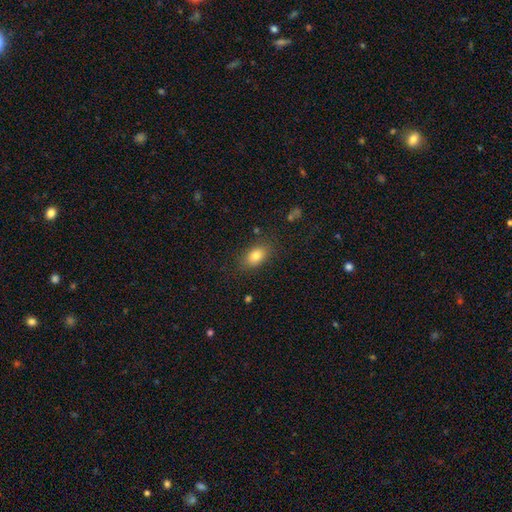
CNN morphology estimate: smooth_or_featured: smooth (p=0.82) [alt: star or artifact p=0.10]
how_rounded: in between (p=0.82) [alt: round p=0.16]
merging: none (p=0.81) [alt: minor disturbance p=0.13]